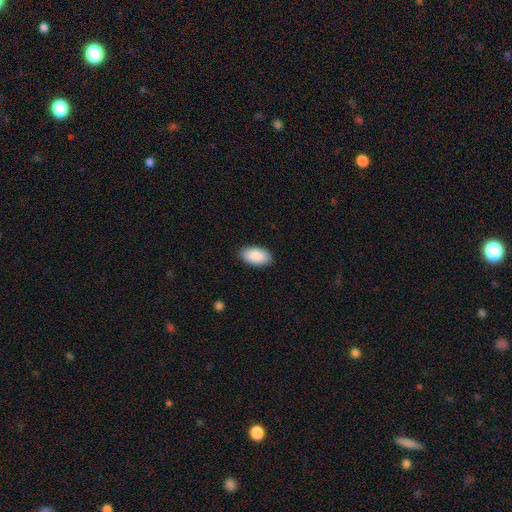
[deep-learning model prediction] Smooth or featured? Predicted: smooth (p=0.90). How rounded? Predicted: in between (p=0.96). Merging? Predicted: none (p=0.89).